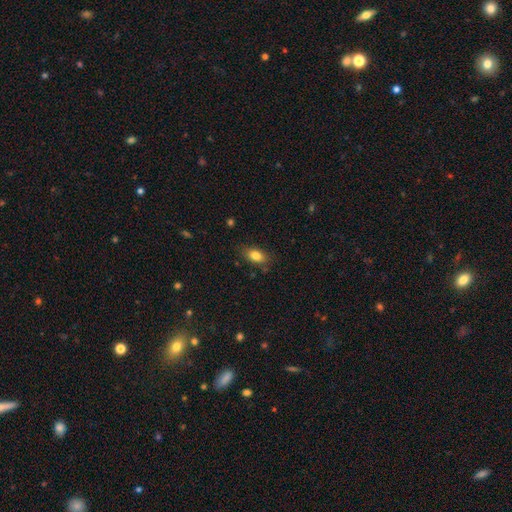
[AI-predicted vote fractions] This appears to be a smooth galaxy with no disk features (82%) that is in between round and cigar-shaped (86%). Merging: none (80%).